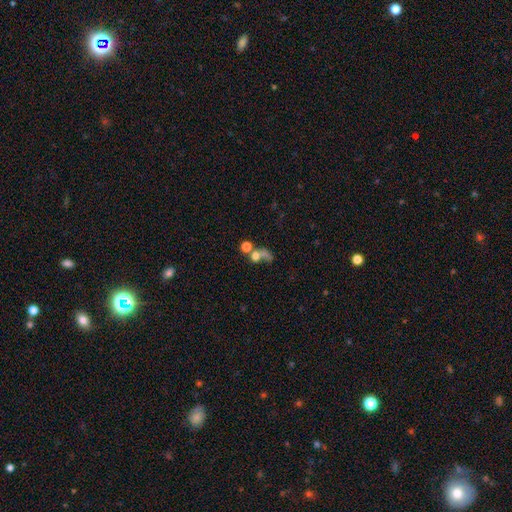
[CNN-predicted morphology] This appears to be a smooth galaxy with no disk features (58%) that is round (69%). Merging: merger (47%).